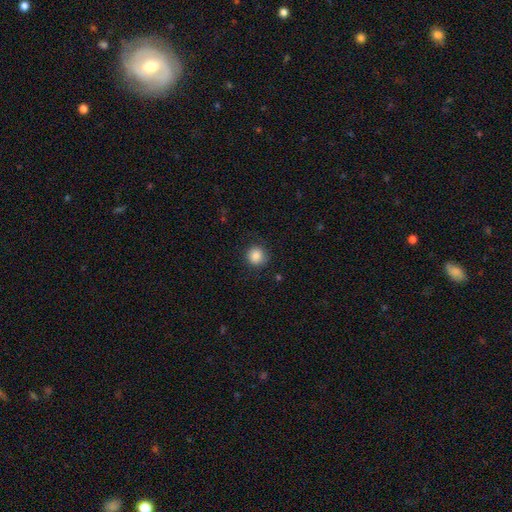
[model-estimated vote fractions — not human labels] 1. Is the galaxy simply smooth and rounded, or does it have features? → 86% smooth, 9% star or artifact, 5% featured or disk.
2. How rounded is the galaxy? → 92% round, 7% in between, 1% cigar-shaped.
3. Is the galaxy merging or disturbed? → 83% none, 12% minor disturbance, 4% major disturbance, 1% merger.